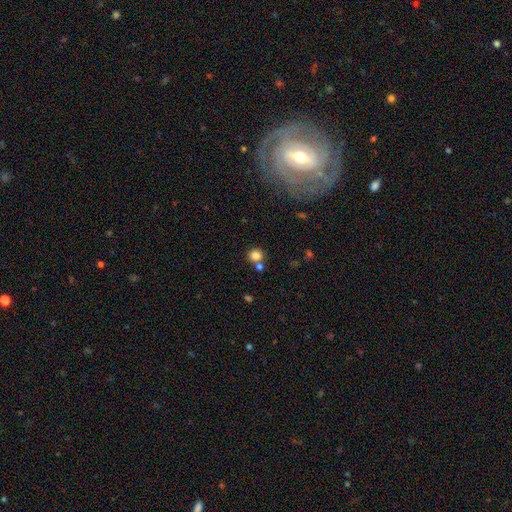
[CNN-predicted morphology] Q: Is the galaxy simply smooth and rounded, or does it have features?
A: smooth — 82%.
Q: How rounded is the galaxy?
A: round — 87%.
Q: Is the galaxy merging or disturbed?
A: none — 65%.